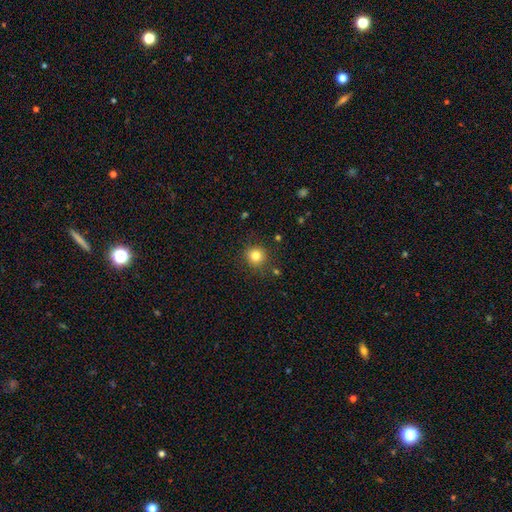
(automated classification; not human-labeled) Smooth or featured? smooth (81%)
How rounded? round (93%)
Merging? none (87%)